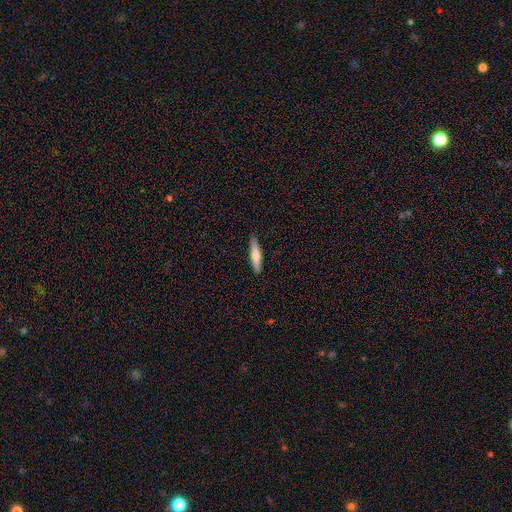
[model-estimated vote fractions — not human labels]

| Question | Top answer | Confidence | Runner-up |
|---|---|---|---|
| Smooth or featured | smooth | 54% | featured or disk (41%) |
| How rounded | cigar-shaped | 86% | in between (12%) |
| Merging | none | 90% | minor disturbance (7%) |